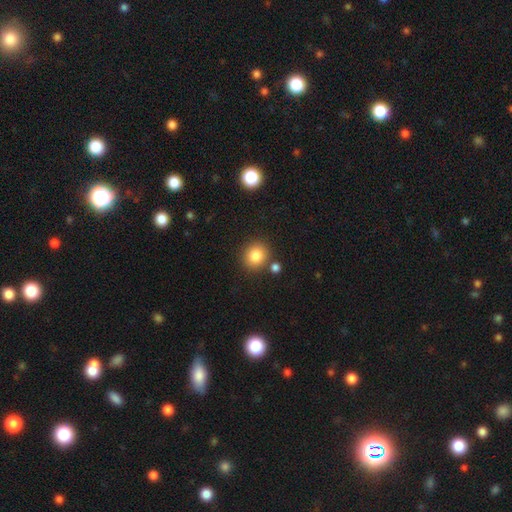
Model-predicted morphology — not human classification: smooth_or_featured: smooth (p=0.84) [alt: star or artifact p=0.10]
how_rounded: round (p=0.84) [alt: in between p=0.15]
merging: none (p=0.81) [alt: minor disturbance p=0.08]